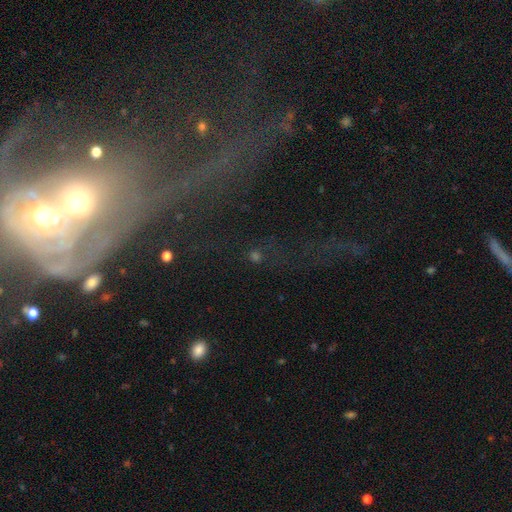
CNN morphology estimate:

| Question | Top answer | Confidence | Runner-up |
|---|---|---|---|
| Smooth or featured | star or artifact | 50% | smooth (31%) |